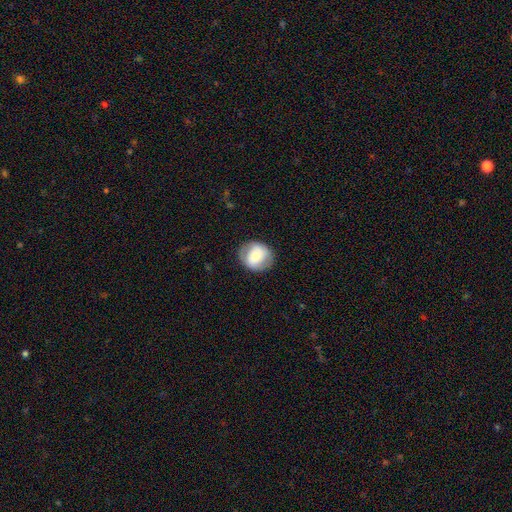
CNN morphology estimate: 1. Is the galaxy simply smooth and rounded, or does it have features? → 62% smooth, 30% featured or disk, 8% star or artifact.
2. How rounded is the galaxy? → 77% round, 22% in between, 1% cigar-shaped.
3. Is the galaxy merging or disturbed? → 81% none, 13% minor disturbance, 5% major disturbance, 1% merger.